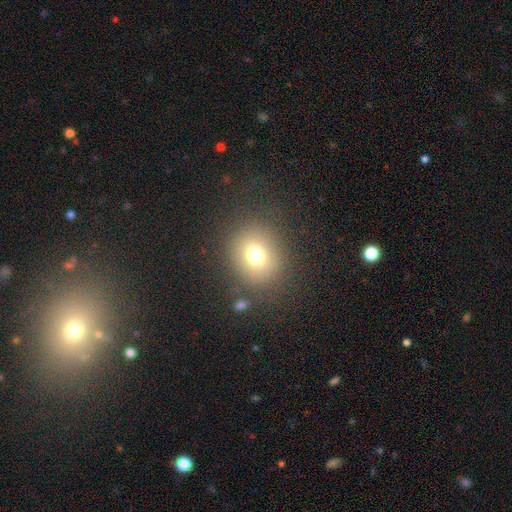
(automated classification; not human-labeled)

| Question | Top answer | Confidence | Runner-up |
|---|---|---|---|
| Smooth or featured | smooth | 71% | star or artifact (16%) |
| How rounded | round | 74% | in between (25%) |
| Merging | none | 81% | minor disturbance (10%) |